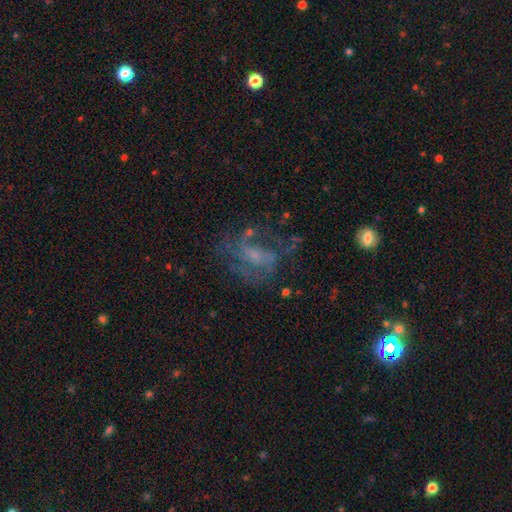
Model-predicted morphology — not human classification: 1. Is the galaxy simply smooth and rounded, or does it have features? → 65% featured or disk, 20% smooth, 15% star or artifact.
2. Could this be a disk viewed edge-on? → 97% no, 3% yes.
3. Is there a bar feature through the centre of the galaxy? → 53% no, 37% weak, 10% strong.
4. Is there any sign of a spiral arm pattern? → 63% yes, 37% no.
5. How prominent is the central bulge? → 41% small, 30% none, 25% moderate, 4% large, 1% dominant.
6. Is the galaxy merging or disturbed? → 44% none, 33% major disturbance, 18% minor disturbance, 5% merger.